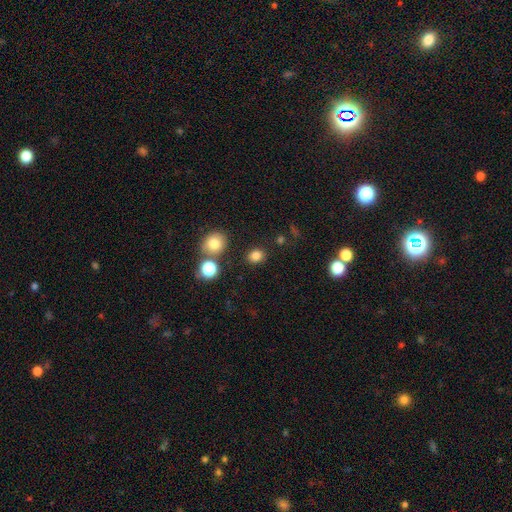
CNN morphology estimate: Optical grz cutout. It shows a smooth galaxy with no disk features (82%) that is round (65%). Merging: none (84%).